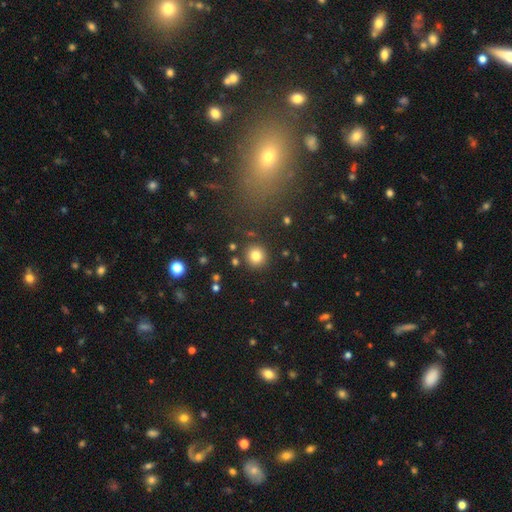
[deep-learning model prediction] This appears to be a smooth galaxy with no disk features (82%) that is round (91%). Merging: none (88%).